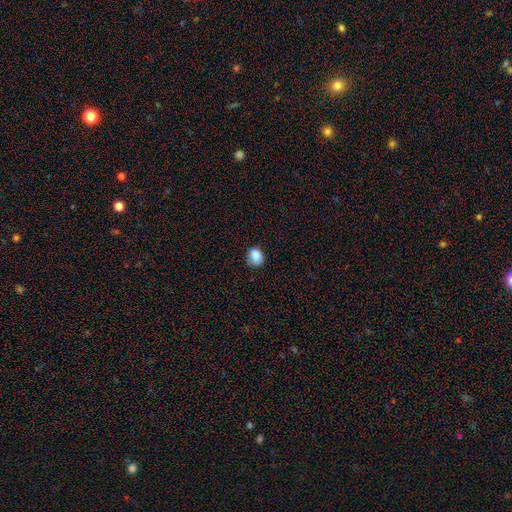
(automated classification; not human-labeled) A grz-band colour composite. It shows a smooth galaxy with no disk features (87%) that is round (54%). Merging: none (75%).